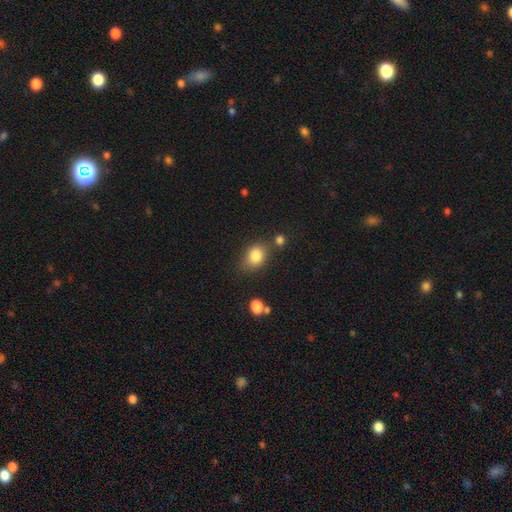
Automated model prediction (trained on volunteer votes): smooth 83%, star or artifact 10%, featured or disk 8%. Down the decision tree: how rounded — in between (62%); merging — none (65%).